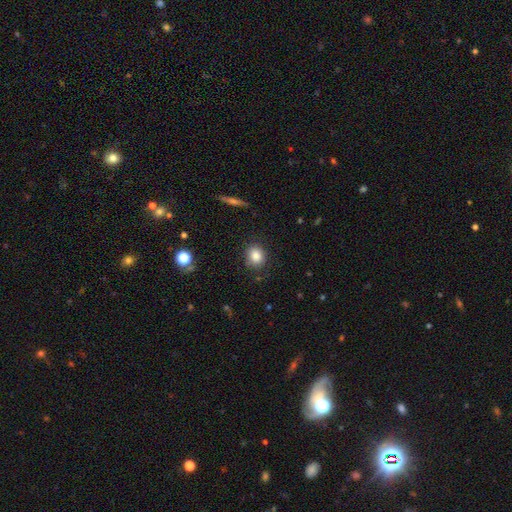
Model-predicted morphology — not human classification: smooth-or-featured: smooth: 84% | star or artifact: 10% | featured or disk: 6%
  how-rounded: round: 72% | in between: 27% | cigar-shaped: 1%
  merging: none: 84% | minor disturbance: 12% | major disturbance: 3% | merger: 2%